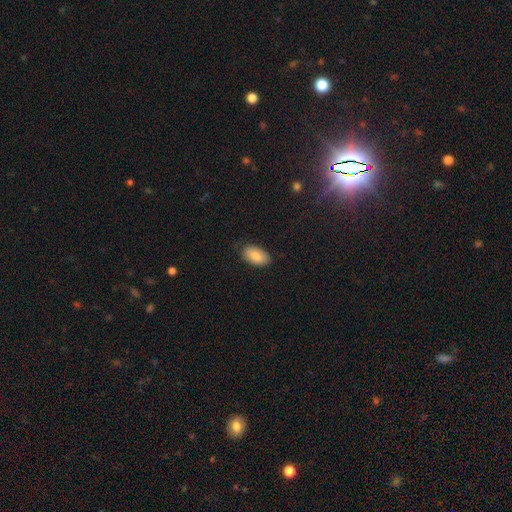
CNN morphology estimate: smooth-or-featured: smooth: 87% | featured or disk: 7% | star or artifact: 6%
  how-rounded: in between: 94% | round: 3% | cigar-shaped: 2%
  merging: none: 79% | minor disturbance: 17% | major disturbance: 3% | merger: 1%